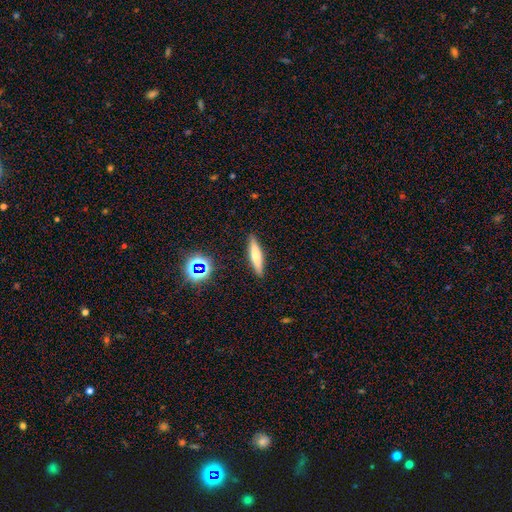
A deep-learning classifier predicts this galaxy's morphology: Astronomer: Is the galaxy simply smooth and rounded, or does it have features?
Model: smooth — 60%.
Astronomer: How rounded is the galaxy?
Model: cigar-shaped — 84%.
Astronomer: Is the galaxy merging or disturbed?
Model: none — 89%.